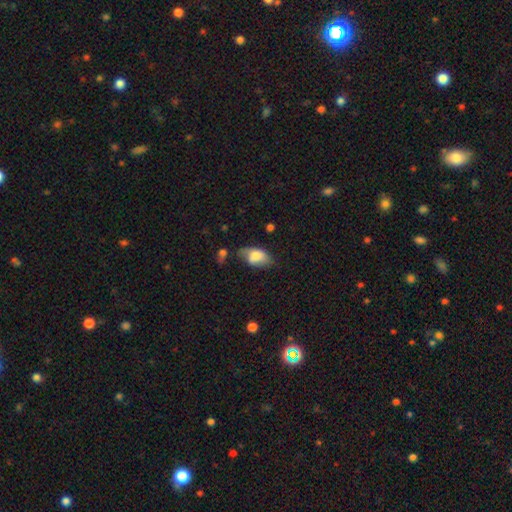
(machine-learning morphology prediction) Overall: smooth (72%). How rounded: in between (91%). Merging: none (38%; minor disturbance 36%).